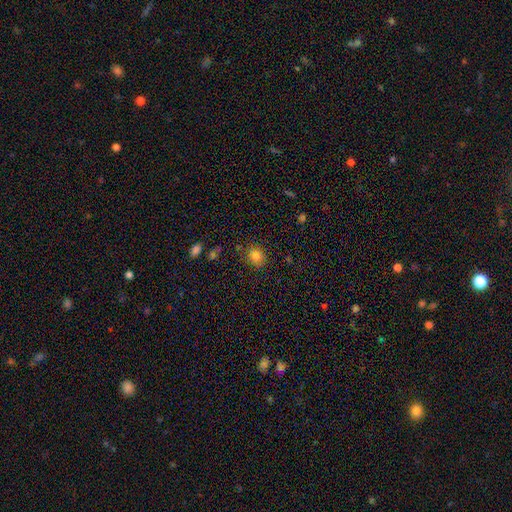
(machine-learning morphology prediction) Smooth or featured: smooth — 80% (star or artifact — 13%)
How rounded: round — 65% (in between — 34%)
Merging: none — 81% (minor disturbance — 13%)